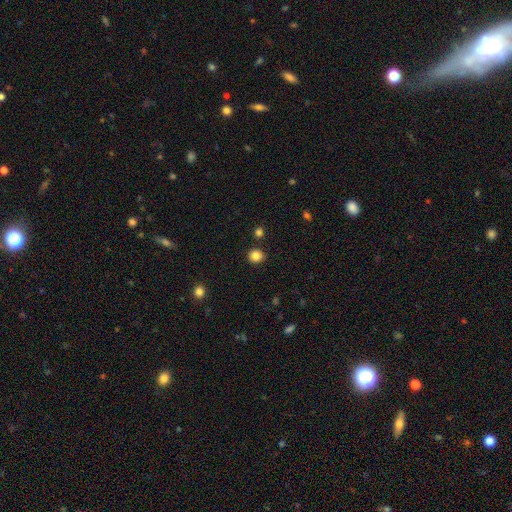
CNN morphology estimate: Smooth or featured: smooth — 85% (star or artifact — 11%)
How rounded: round — 80% (in between — 19%)
Merging: none — 88% (minor disturbance — 7%)